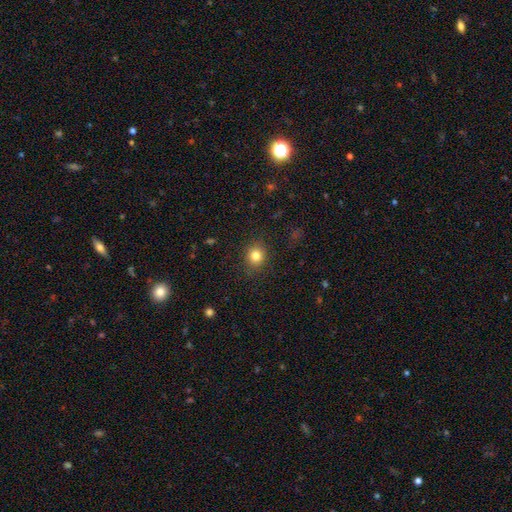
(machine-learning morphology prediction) Smooth or featured: smooth — 82% (star or artifact — 12%)
How rounded: round — 78% (in between — 21%)
Merging: none — 88% (minor disturbance — 9%)